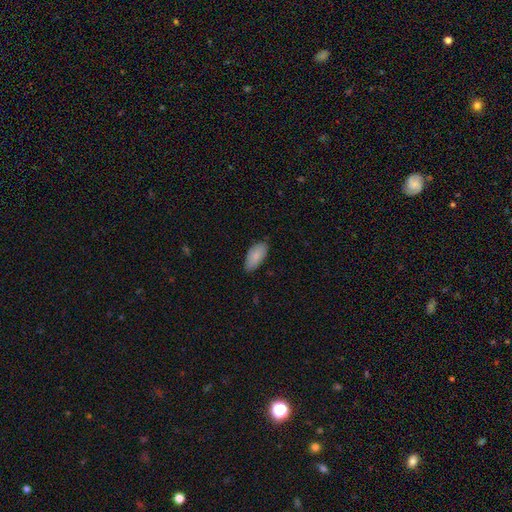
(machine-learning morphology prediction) Smooth or featured? smooth (83%)
How rounded? in between (91%)
Merging? none (82%)